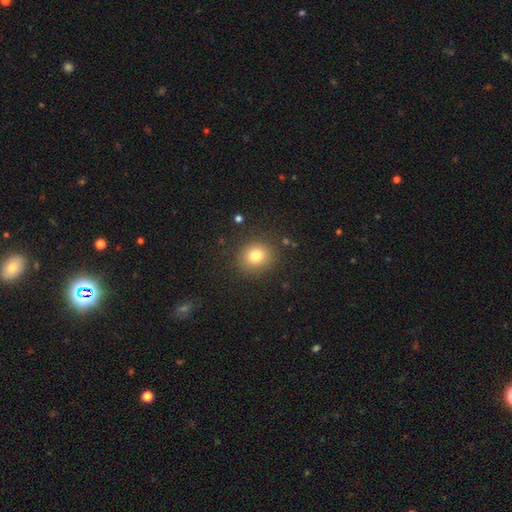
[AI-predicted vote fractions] smooth 80%, star or artifact 12%, featured or disk 8%. Down the decision tree: how rounded — round (79%); merging — none (87%).